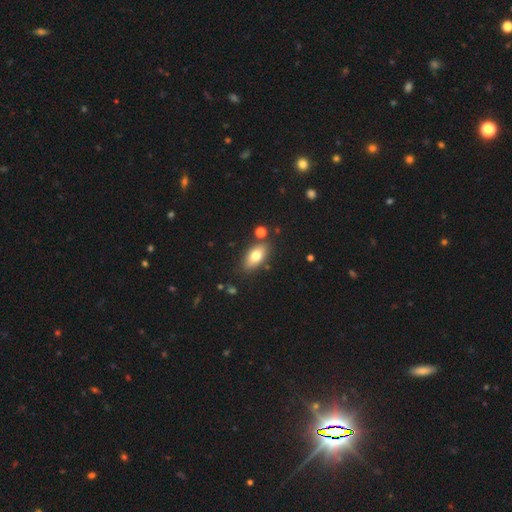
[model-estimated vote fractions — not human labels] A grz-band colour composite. It shows a smooth galaxy with no disk features (74%) that is in between round and cigar-shaped (88%). Merging: none (80%).